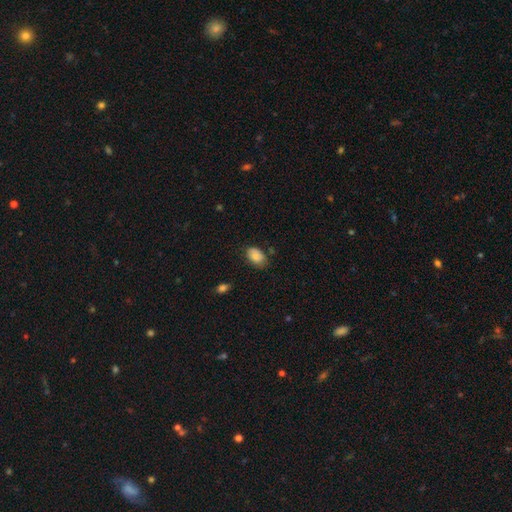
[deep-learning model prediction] Q: Smooth or featured?
A: smooth (84%); runner-up: featured or disk (8%)
Q: How rounded?
A: in between (86%); runner-up: round (13%)
Q: Merging?
A: none (70%); runner-up: minor disturbance (23%)